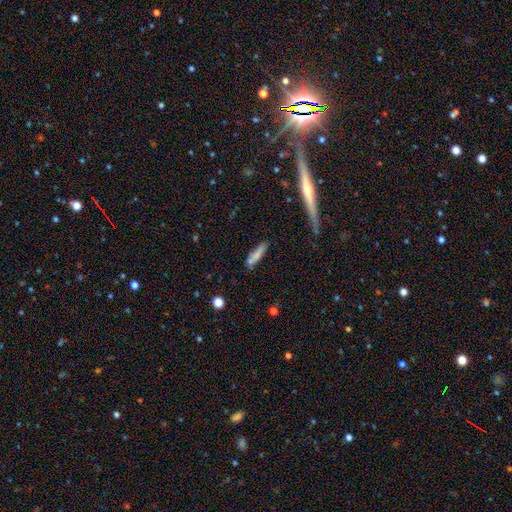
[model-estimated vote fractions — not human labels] Smooth or featured?
  - smooth: 73% *
  - featured or disk: 18%
  - star or artifact: 9%
How rounded?
  - cigar-shaped: 74% *
  - in between: 24%
  - round: 2%
Merging?
  - none: 62% *
  - minor disturbance: 19%
  - merger: 13%
  - major disturbance: 6%